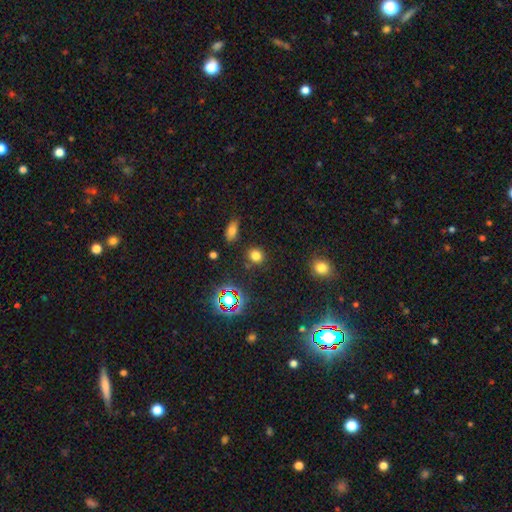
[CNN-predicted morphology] smooth_or_featured: smooth (p=0.73) [alt: star or artifact p=0.21]
how_rounded: round (p=0.75) [alt: in between p=0.23]
merging: none (p=0.84) [alt: minor disturbance p=0.09]